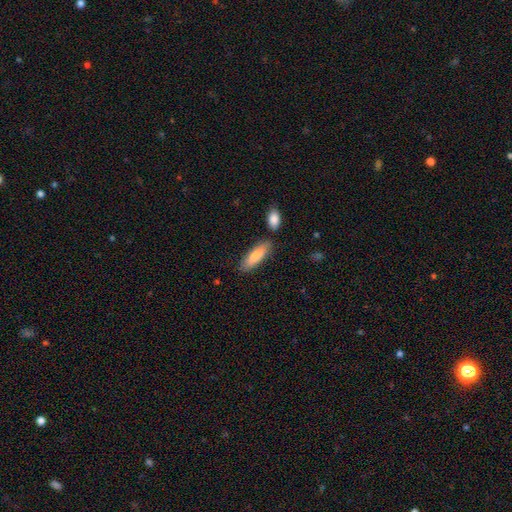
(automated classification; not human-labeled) Smooth or featured: smooth — 83% (featured or disk — 12%)
How rounded: in between — 51% (cigar-shaped — 47%)
Merging: none — 78% (minor disturbance — 12%)